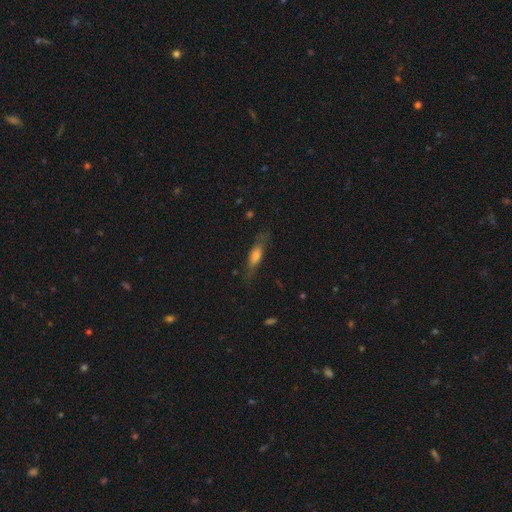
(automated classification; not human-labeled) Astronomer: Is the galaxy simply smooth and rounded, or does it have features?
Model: smooth — 52% (runner-up: featured or disk, 39%).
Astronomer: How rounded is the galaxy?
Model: cigar-shaped — 69%.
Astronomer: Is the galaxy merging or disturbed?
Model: none — 74%.